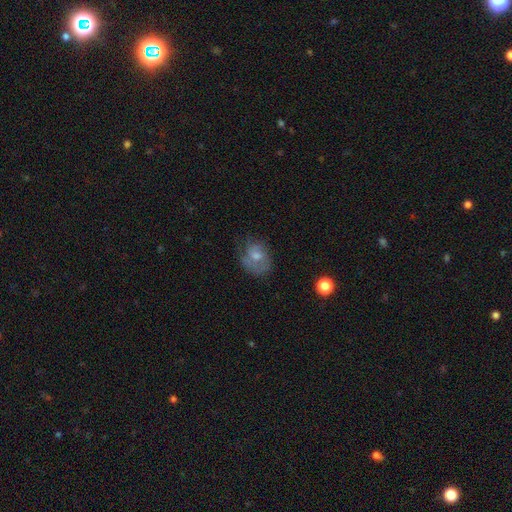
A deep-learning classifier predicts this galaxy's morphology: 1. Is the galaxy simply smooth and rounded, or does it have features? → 46% smooth, 42% featured or disk, 13% star or artifact.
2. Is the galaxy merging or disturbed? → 55% none, 26% minor disturbance, 17% major disturbance, 2% merger.